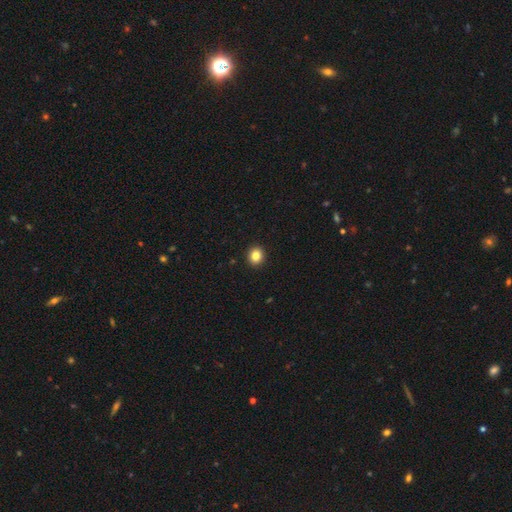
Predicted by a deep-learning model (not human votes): This is clearly a smooth galaxy (84%). How rounded: likely round (79%). Merging: clearly none (93%).